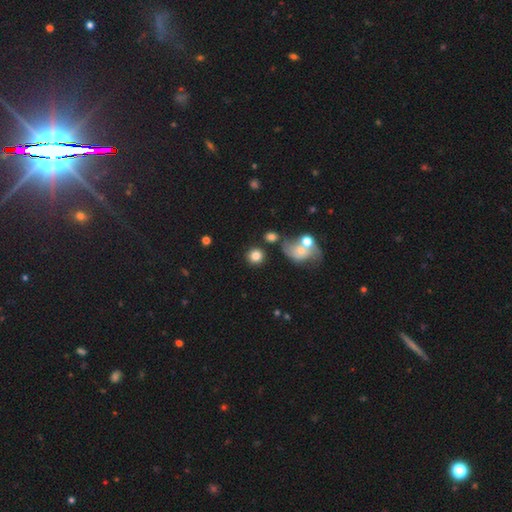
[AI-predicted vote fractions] smooth_or_featured: smooth (p=0.80) [alt: star or artifact p=0.10]
how_rounded: round (p=0.89) [alt: in between p=0.10]
merging: none (p=0.75) [alt: merger p=0.10]